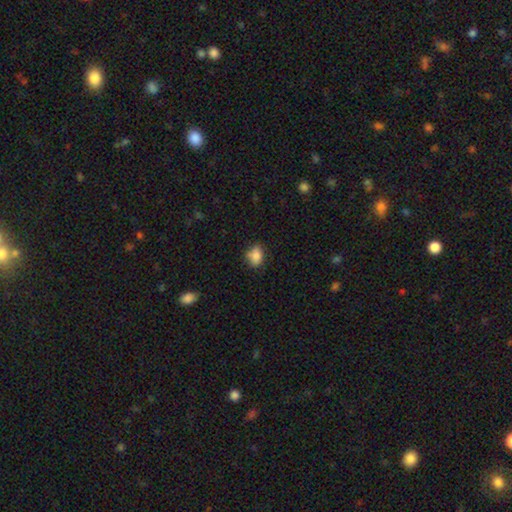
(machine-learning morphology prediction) Smooth or featured? Predicted: smooth (p=0.84). How rounded? Predicted: in between (p=0.69). Merging? Predicted: none (p=0.67).